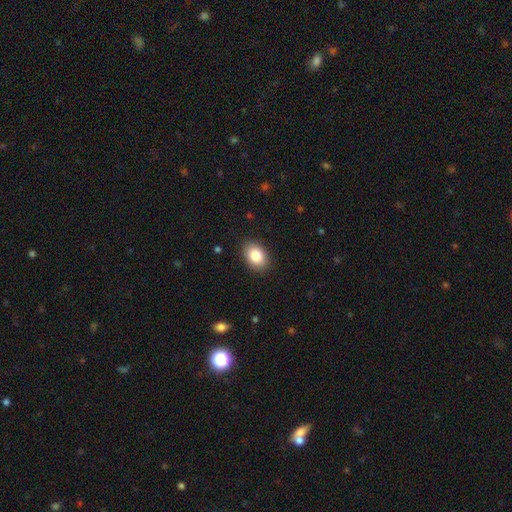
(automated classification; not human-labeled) smooth_or_featured: smooth (p=0.85) [alt: star or artifact p=0.08]
how_rounded: in between (p=0.81) [alt: round p=0.18]
merging: none (p=0.88) [alt: minor disturbance p=0.09]